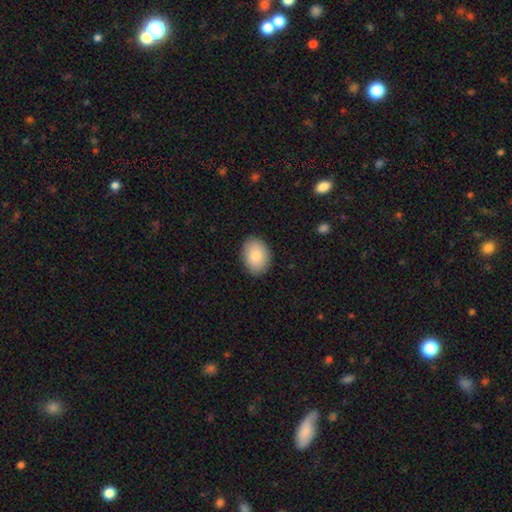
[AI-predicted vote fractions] A smooth galaxy with no disk features (85%) that is in between round and cigar-shaped (74%). Merging: none (88%).